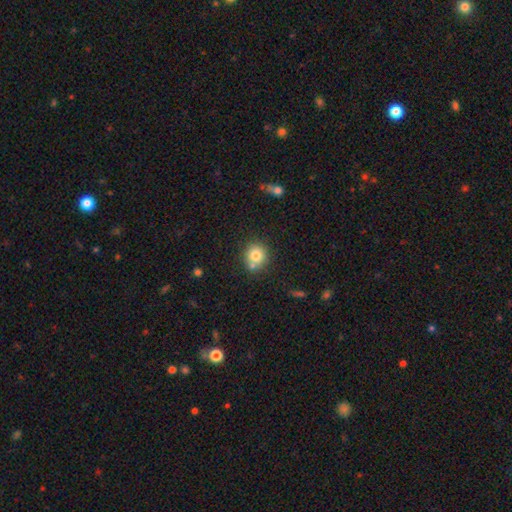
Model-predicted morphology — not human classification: Smooth or featured? Predicted: smooth (p=0.78). How rounded? Predicted: round (p=0.86). Merging? Predicted: none (p=0.66).